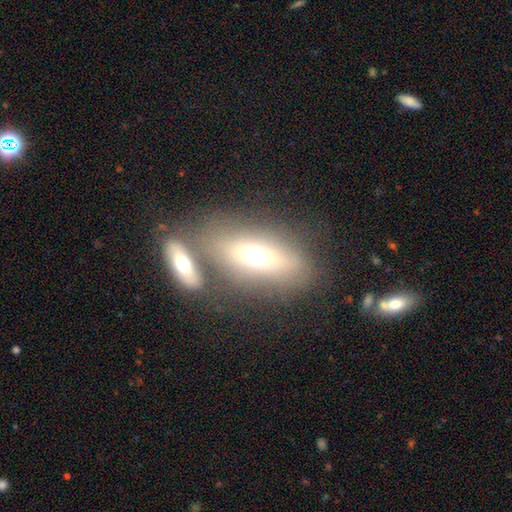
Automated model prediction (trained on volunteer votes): Q: Smooth or featured?
A: smooth (58%); runner-up: featured or disk (31%)
Q: How rounded?
A: in between (75%); runner-up: cigar-shaped (16%)
Q: Merging?
A: none (51%); runner-up: merger (30%)